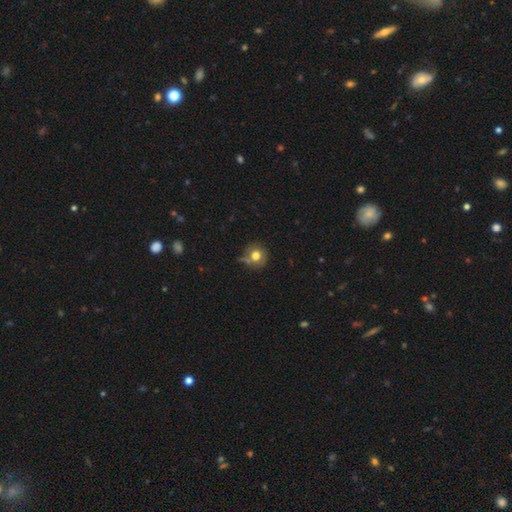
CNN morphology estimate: A smooth galaxy with no disk features (75%) that is round (87%). Merging: none (64%).